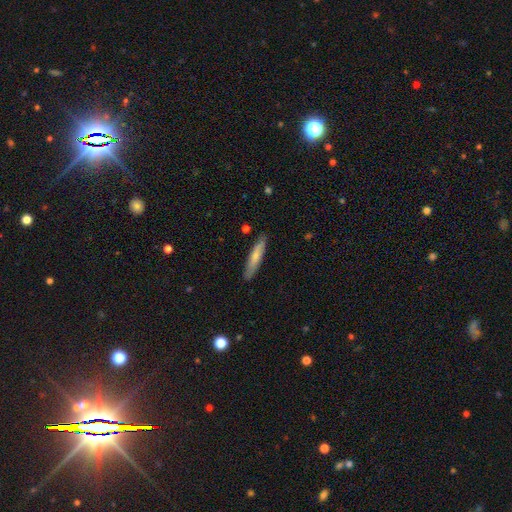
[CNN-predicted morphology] A smooth galaxy with no disk features (69%) that is cigar-shaped (87%). Merging: none (87%).